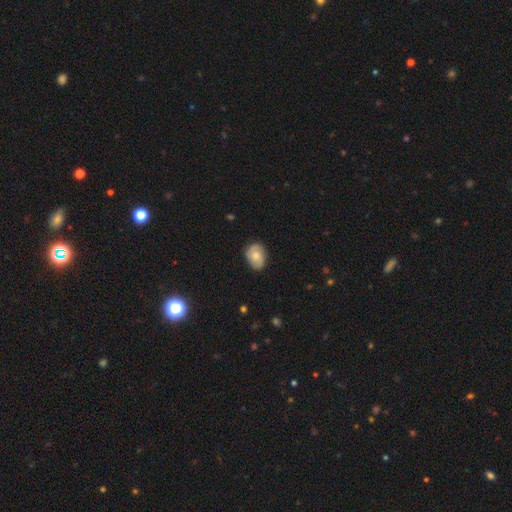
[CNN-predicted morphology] A smooth galaxy with no disk features (58%) that is in between round and cigar-shaped (68%).

Vote fractions:
- Smooth or featured? smooth: 58% / featured or disk: 34% / star or artifact: 7%
- How rounded? in between: 68% / round: 31% / cigar-shaped: 1%
- Merging? none: 73% / minor disturbance: 22% / major disturbance: 4% / merger: 1%